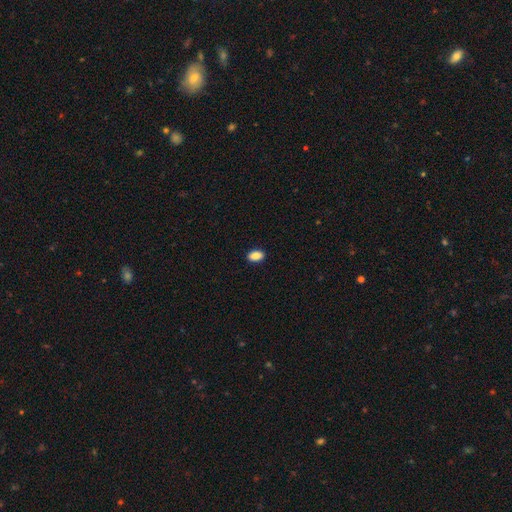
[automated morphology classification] This is clearly a smooth galaxy (89%). How rounded: clearly in between (90%). Merging: clearly none (90%).